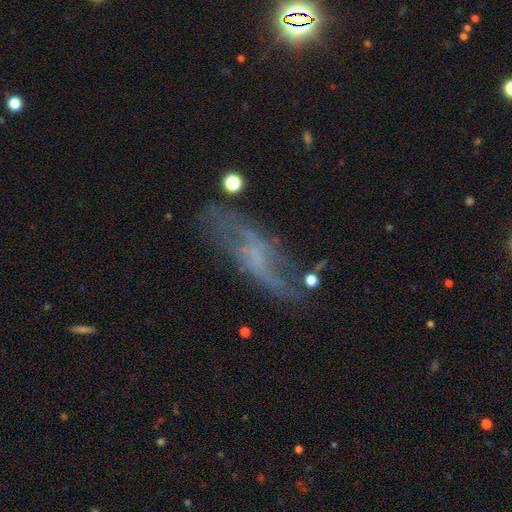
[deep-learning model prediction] Smooth or featured?
  - featured or disk: 62% *
  - smooth: 24%
  - star or artifact: 14%
Edge-on disk?
  - no: 76% *
  - yes: 24%
Merging?
  - none: 55% *
  - minor disturbance: 22%
  - major disturbance: 18%
  - merger: 5%